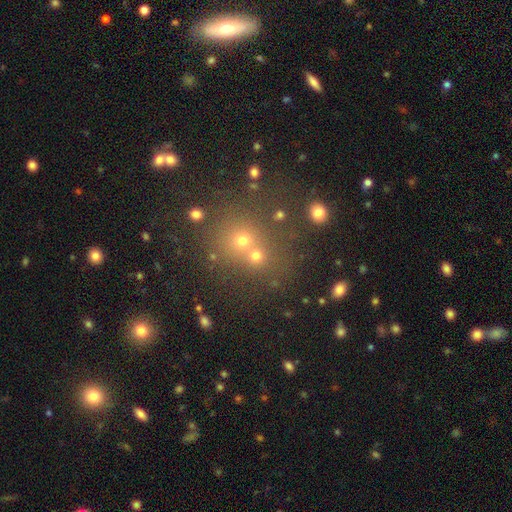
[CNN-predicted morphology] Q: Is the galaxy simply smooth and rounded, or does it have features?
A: smooth — 65%.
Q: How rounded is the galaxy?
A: round — 83%.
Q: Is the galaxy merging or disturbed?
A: none — 52%.